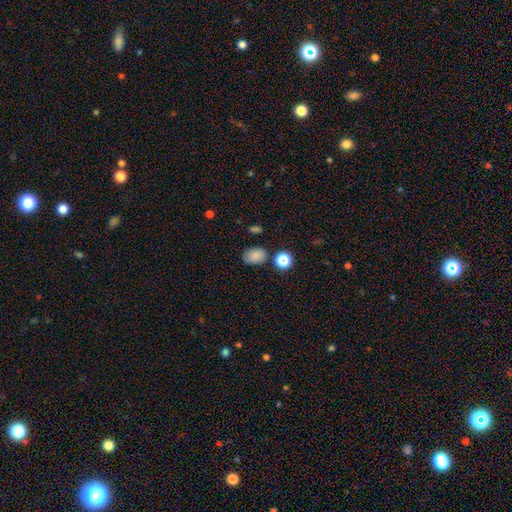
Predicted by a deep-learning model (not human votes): Overall: smooth (81%). How rounded: in between (71%). Merging: none (73%).